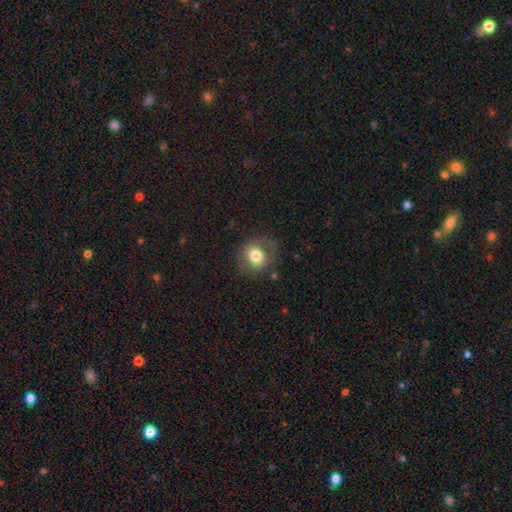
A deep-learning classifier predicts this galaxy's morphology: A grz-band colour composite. It shows a smooth galaxy with no disk features (67%) that is round (69%). Merging: none (70%).